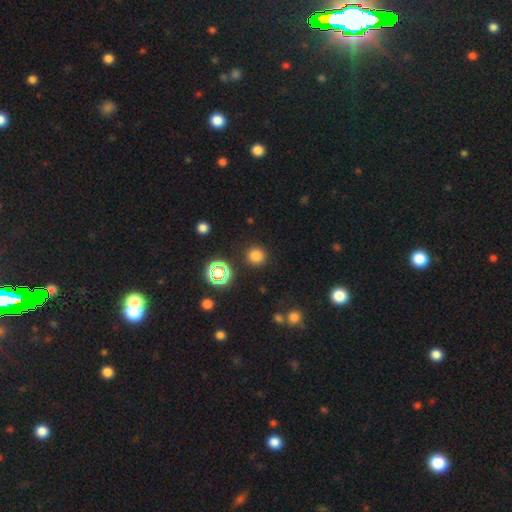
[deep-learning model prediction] Smooth or featured? Predicted: smooth (p=0.76). How rounded? Predicted: round (p=0.93). Merging? Predicted: none (p=0.89).